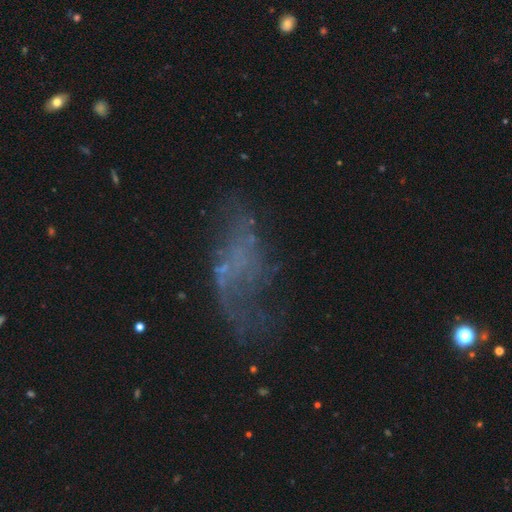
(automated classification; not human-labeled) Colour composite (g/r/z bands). It shows a featured or disk galaxy (60%) with no bar (79%), no spiral arms (60%) and no central bulge (73%). Merging: none (44%).